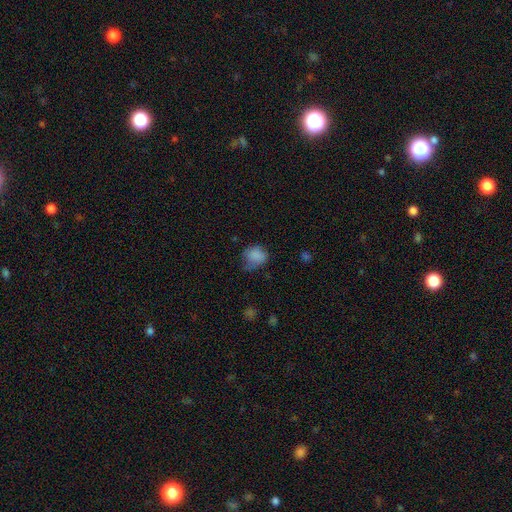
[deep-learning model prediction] smooth-or-featured: smooth: 81% | featured or disk: 10% | star or artifact: 10%
  how-rounded: round: 64% | in between: 35% | cigar-shaped: 1%
  merging: none: 45% | minor disturbance: 36% | major disturbance: 18% | merger: 2%